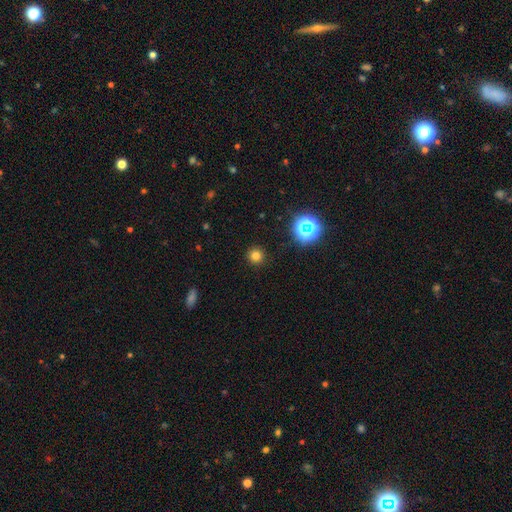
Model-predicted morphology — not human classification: A smooth galaxy with no disk features (74%) that is round (95%).

Vote fractions:
- Smooth or featured? smooth: 74% / star or artifact: 20% / featured or disk: 6%
- How rounded? round: 95% / in between: 4% / cigar-shaped: 1%
- Merging? none: 91% / minor disturbance: 5% / major disturbance: 2% / merger: 1%